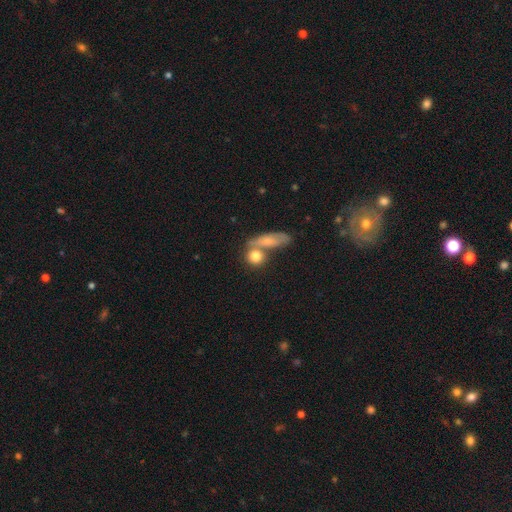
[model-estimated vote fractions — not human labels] smooth-or-featured: smooth: 79% | featured or disk: 13% | star or artifact: 8%
  how-rounded: round: 73% | in between: 21% | cigar-shaped: 6%
  merging: none: 49% | merger: 35% | minor disturbance: 11% | major disturbance: 5%